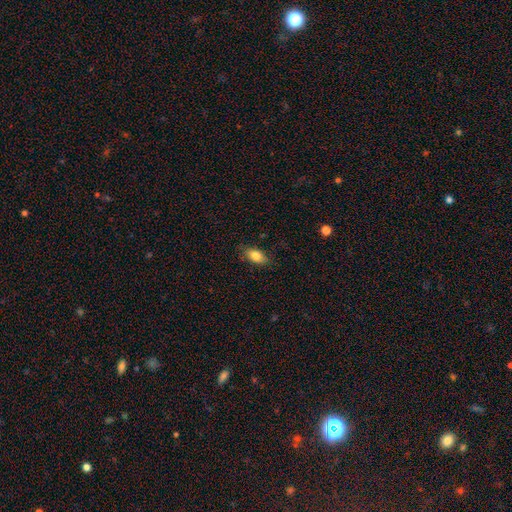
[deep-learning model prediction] This is clearly a smooth galaxy (82%). How rounded: clearly in between (87%). Merging: clearly none (81%).